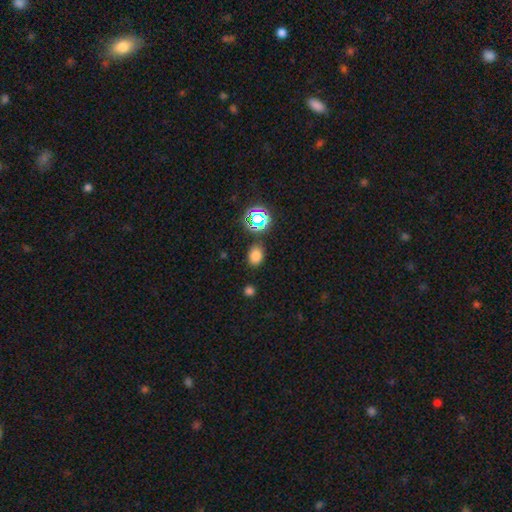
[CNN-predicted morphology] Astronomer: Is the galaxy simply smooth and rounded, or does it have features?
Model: smooth — 74%.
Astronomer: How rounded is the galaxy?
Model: in between — 66%.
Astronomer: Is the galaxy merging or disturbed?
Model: none — 82%.